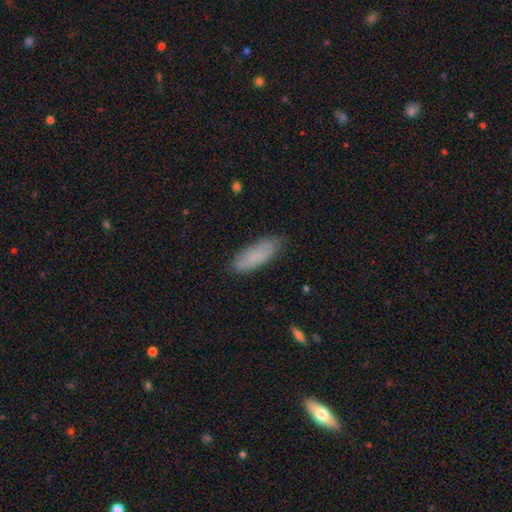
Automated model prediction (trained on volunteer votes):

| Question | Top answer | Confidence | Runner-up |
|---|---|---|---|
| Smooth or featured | smooth | 81% | featured or disk (12%) |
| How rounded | in between | 60% | cigar-shaped (39%) |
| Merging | none | 80% | minor disturbance (15%) |